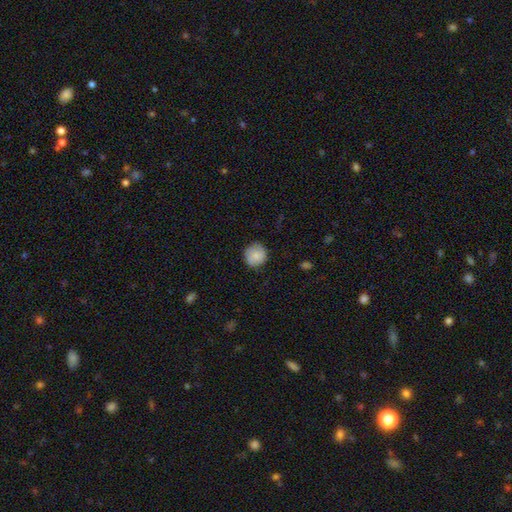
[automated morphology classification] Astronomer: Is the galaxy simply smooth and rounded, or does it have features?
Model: smooth — 83%.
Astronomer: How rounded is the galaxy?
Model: round — 90%.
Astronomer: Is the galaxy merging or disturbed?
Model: none — 80%.